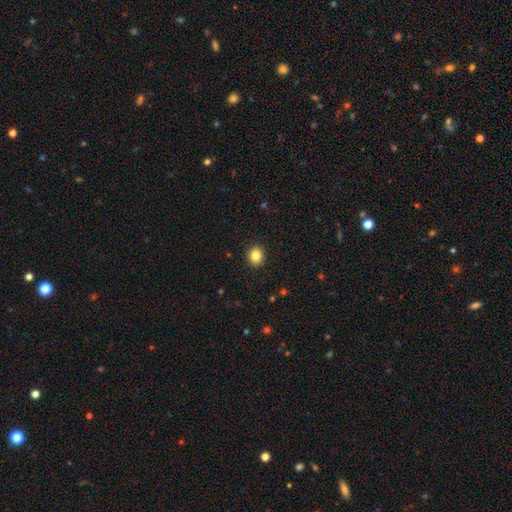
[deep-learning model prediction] Morphology: type=smooth (84%); roundness=round (60%); merging=none (91%).